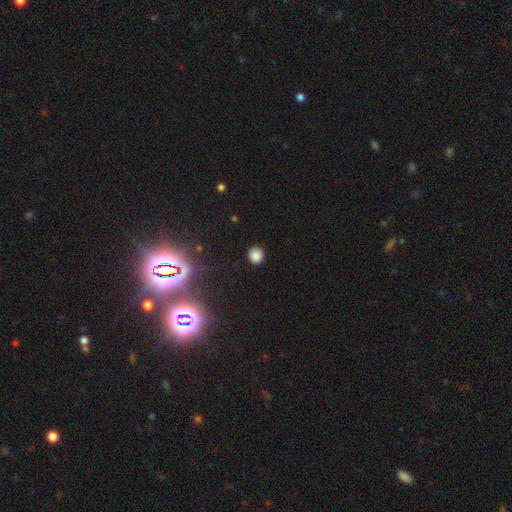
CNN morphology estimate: Smooth or featured? Predicted: smooth (p=0.82). How rounded? Predicted: round (p=0.85). Merging? Predicted: none (p=0.90).